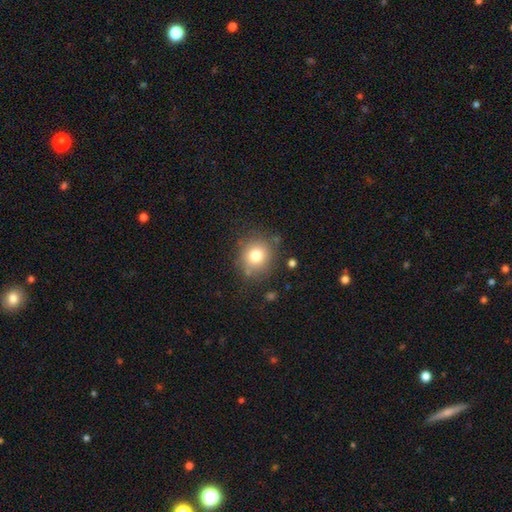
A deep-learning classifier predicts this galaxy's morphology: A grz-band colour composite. It shows a smooth galaxy with no disk features (78%) that is round (82%). Merging: none (80%).